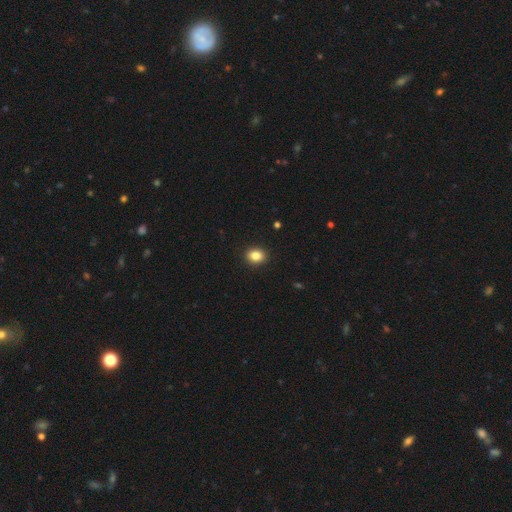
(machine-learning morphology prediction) type=smooth (85%); roundness=round (52%); merging=none (92%).